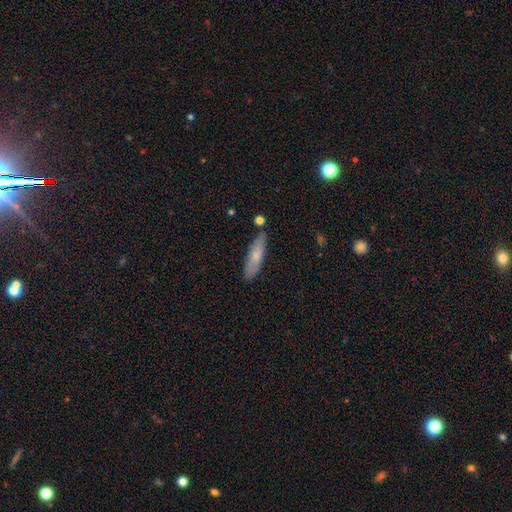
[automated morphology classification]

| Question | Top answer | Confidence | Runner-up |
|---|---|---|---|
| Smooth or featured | smooth | 69% | featured or disk (25%) |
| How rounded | cigar-shaped | 72% | in between (26%) |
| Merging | none | 81% | minor disturbance (12%) |